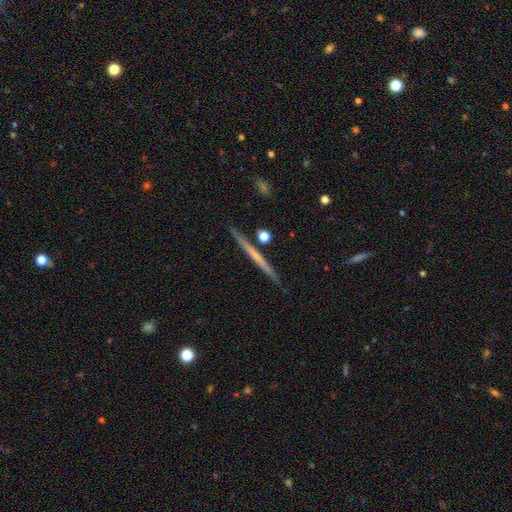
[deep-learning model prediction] featured or disk 57%, smooth 37%, star or artifact 6%. Down the decision tree: edge-on disk — yes (97%); edge-on bulge — none (86%); merging — none (90%).